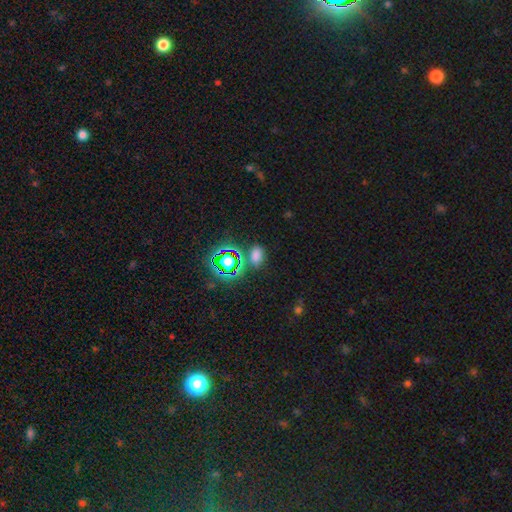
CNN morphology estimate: Overall: smooth (64%; star or artifact 30%). How rounded: in between (80%). Merging: none (73%).